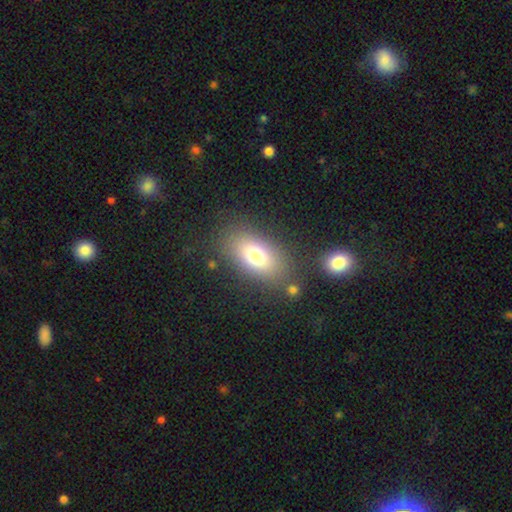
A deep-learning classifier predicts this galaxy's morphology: smooth-or-featured: smooth: 73% | featured or disk: 15% | star or artifact: 12%
  how-rounded: in between: 83% | round: 13% | cigar-shaped: 4%
  merging: none: 80% | minor disturbance: 10% | major disturbance: 6% | merger: 4%